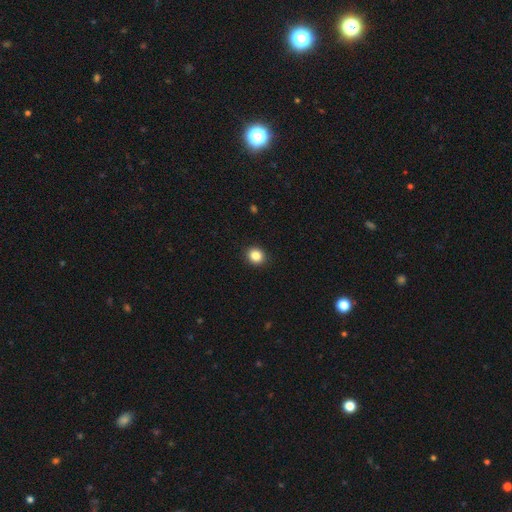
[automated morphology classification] Smooth or featured? Predicted: smooth (p=0.85). How rounded? Predicted: round (p=0.76). Merging? Predicted: none (p=0.92).